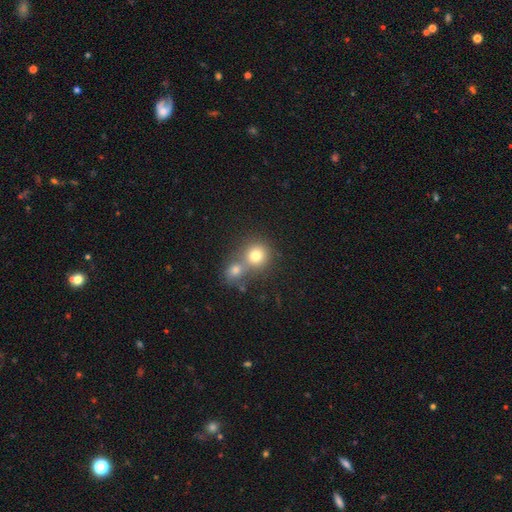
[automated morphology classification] smooth-or-featured: smooth: 77% | star or artifact: 12% | featured or disk: 11%
  how-rounded: round: 85% | in between: 14% | cigar-shaped: 1%
  merging: merger: 48% | none: 42% | minor disturbance: 7% | major disturbance: 3%